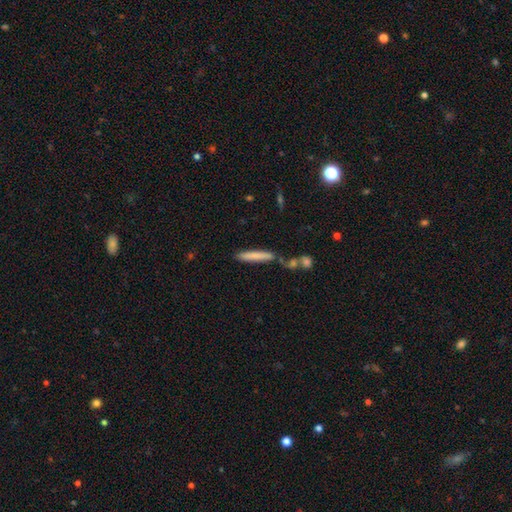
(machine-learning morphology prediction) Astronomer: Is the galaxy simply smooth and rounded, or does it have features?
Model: smooth — 76%.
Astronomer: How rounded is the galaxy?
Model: cigar-shaped — 93%.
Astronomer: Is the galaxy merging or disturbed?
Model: none — 72%.